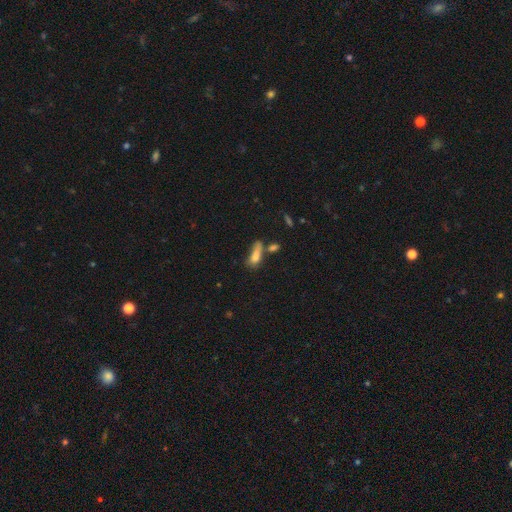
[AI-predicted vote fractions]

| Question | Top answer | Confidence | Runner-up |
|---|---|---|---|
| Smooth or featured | smooth | 71% | featured or disk (17%) |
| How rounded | in between | 63% | cigar-shaped (30%) |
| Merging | merger | 34% | none (30%) |